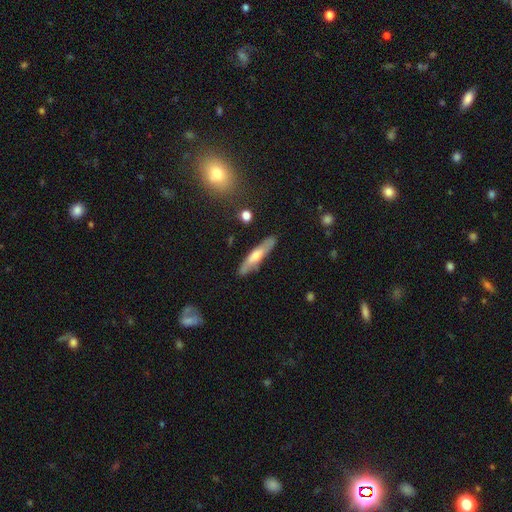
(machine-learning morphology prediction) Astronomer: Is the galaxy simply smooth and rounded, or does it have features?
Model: smooth — 48% (runner-up: featured or disk, 46%).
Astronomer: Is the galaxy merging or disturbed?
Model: none — 83%.